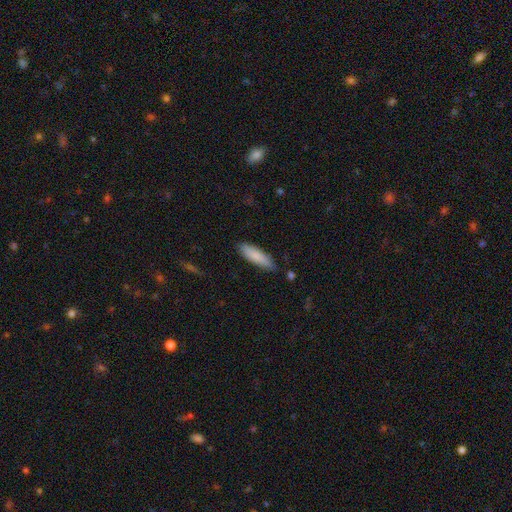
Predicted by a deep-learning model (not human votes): A smooth galaxy with no disk features (86%) that is cigar-shaped (59%).

Vote fractions:
- Smooth or featured? smooth: 86% / featured or disk: 8% / star or artifact: 6%
- How rounded? cigar-shaped: 59% / in between: 40% / round: 1%
- Merging? none: 82% / minor disturbance: 14% / major disturbance: 2% / merger: 2%